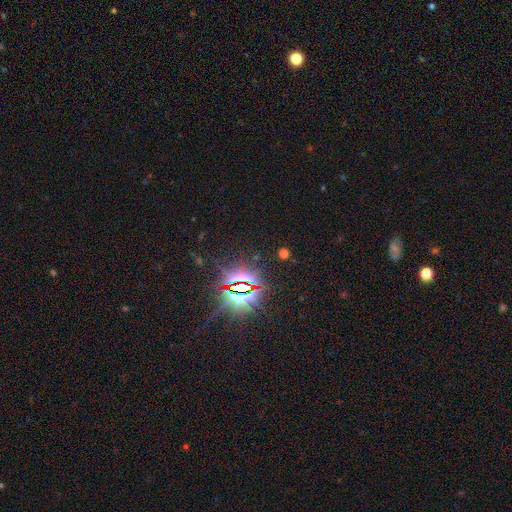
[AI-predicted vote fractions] This is clearly a star or artifact rather than a galaxy (84%).